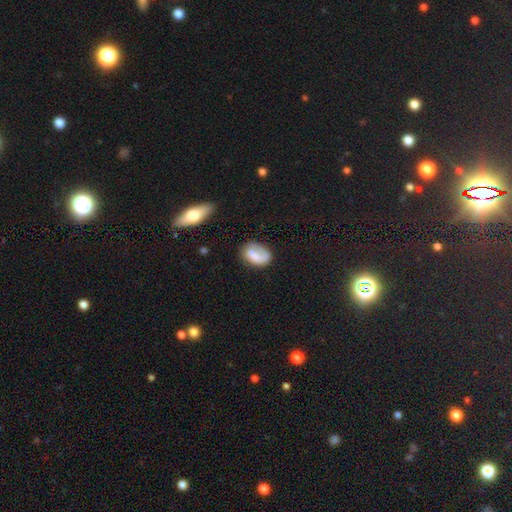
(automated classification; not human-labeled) Smooth or featured? Predicted: smooth (p=0.60). How rounded? Predicted: in between (p=0.83). Merging? Predicted: none (p=0.56).